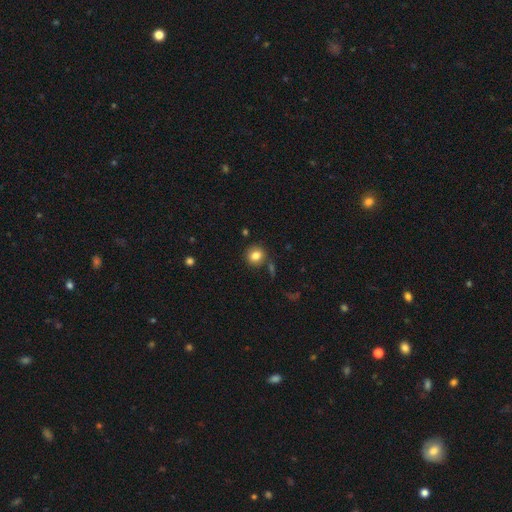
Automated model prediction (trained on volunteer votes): Smooth or featured?
  - smooth: 81% *
  - star or artifact: 11%
  - featured or disk: 8%
How rounded?
  - round: 84% *
  - in between: 15%
  - cigar-shaped: 1%
Merging?
  - none: 81% *
  - minor disturbance: 10%
  - merger: 6%
  - major disturbance: 3%